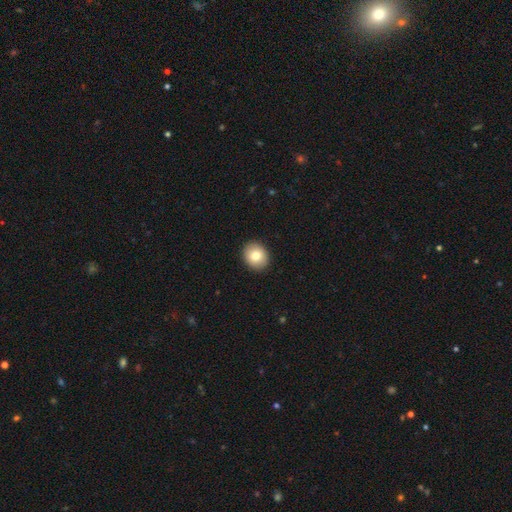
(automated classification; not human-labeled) A smooth galaxy with no disk features (80%) that is round (70%).

Vote fractions:
- Smooth or featured? smooth: 80% / featured or disk: 12% / star or artifact: 8%
- How rounded? round: 70% / in between: 29% / cigar-shaped: 1%
- Merging? none: 91% / minor disturbance: 6% / major disturbance: 2% / merger: 1%